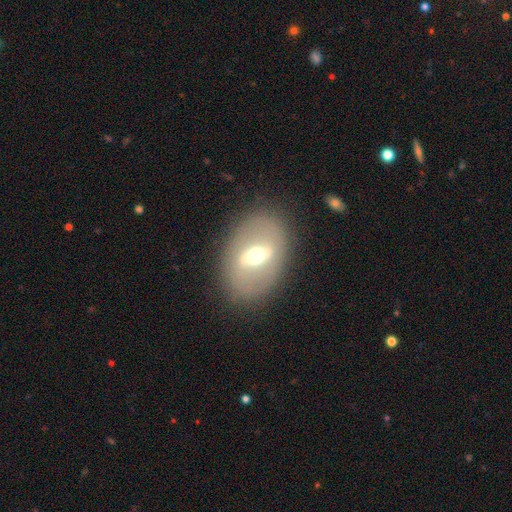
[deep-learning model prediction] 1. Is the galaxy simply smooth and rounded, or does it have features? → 63% featured or disk, 29% smooth, 8% star or artifact.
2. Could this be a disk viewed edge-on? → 85% no, 15% yes.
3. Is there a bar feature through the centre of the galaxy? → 55% strong, 34% weak, 11% no.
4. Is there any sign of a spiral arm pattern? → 80% no, 20% yes.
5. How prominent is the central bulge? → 67% moderate, 16% small, 14% large, 2% dominant, 1% none.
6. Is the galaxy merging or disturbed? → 83% none, 10% minor disturbance, 6% major disturbance, 1% merger.